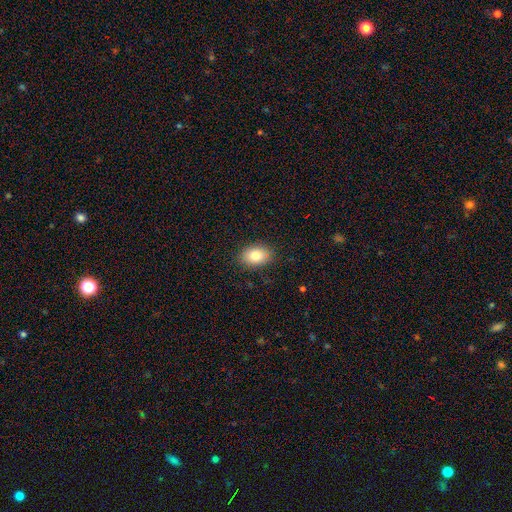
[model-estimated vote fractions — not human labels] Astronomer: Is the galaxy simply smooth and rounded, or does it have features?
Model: smooth — 82%.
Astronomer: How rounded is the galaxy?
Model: in between — 79%.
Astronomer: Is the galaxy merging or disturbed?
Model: none — 86%.